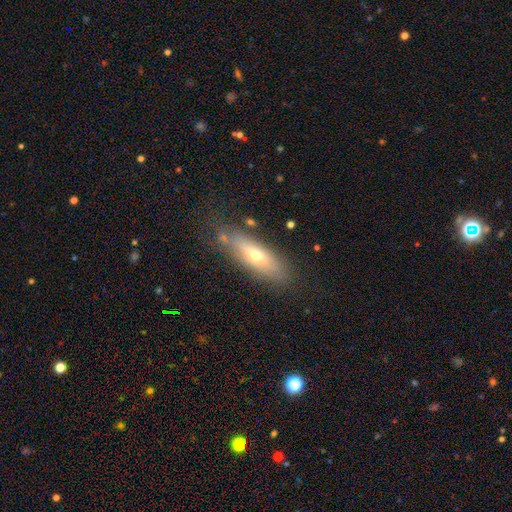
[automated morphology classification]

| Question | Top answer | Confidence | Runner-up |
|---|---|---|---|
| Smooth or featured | smooth | 50% | featured or disk (41%) |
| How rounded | cigar-shaped | 51% | in between (46%) |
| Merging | none | 74% | minor disturbance (17%) |